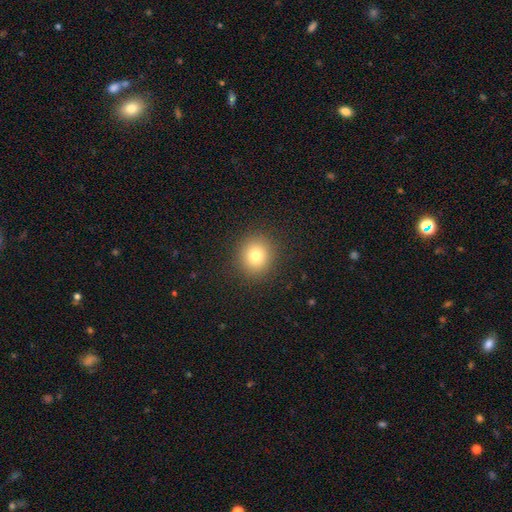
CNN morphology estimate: Overall: smooth (78%). How rounded: round (87%). Merging: none (90%).